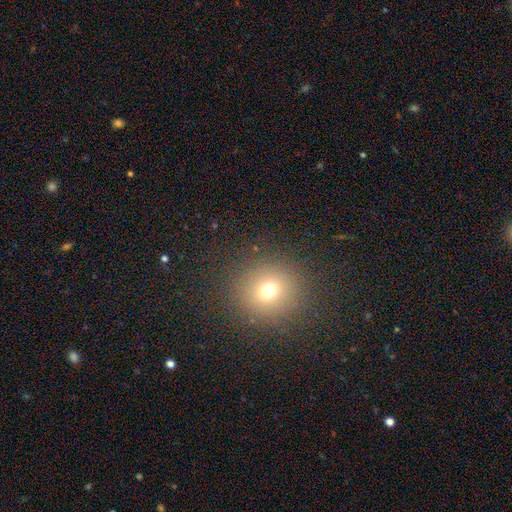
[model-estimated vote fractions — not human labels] Smooth or featured? Predicted: smooth (p=0.66). How rounded? Predicted: round (p=0.92). Merging? Predicted: none (p=0.92).